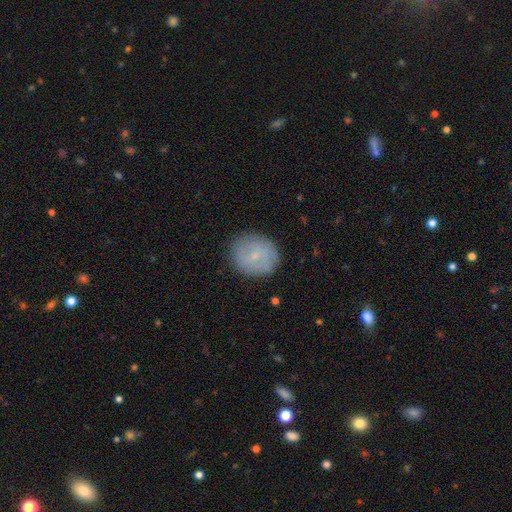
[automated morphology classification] A smooth galaxy with no disk features (60%) that is round (72%).

Vote fractions:
- Smooth or featured? smooth: 60% / featured or disk: 32% / star or artifact: 8%
- How rounded? round: 72% / in between: 27% / cigar-shaped: 1%
- Merging? none: 84% / minor disturbance: 12% / major disturbance: 3% / merger: 1%